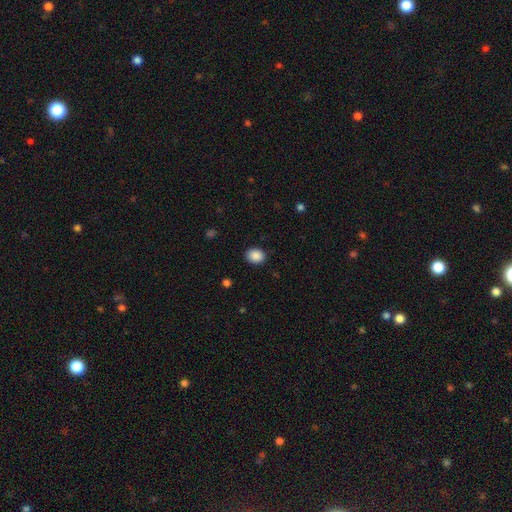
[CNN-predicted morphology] type=smooth (89%); roundness=round (51%); merging=none (88%).